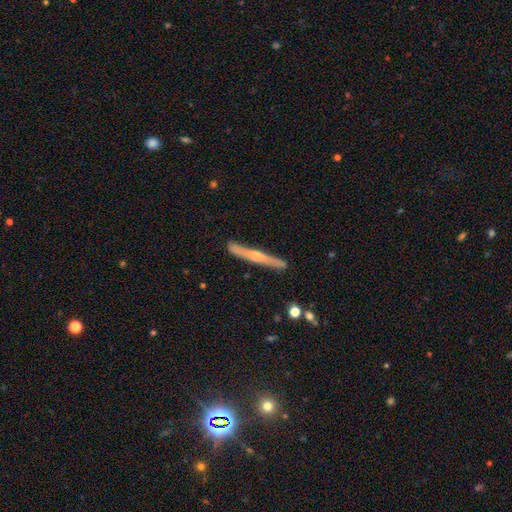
featured or disk 69%, smooth 26%, star or artifact 5%. Down the decision tree: edge-on disk — yes (100%); edge-on bulge — rounded (70%); merging — none (78%).